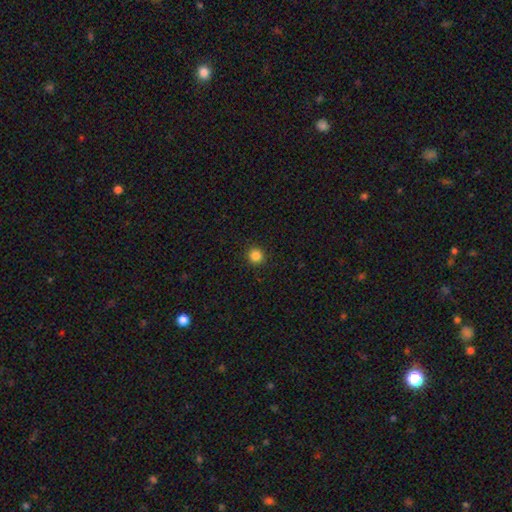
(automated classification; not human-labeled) A smooth galaxy with no disk features (85%) that is round (94%).

Vote fractions:
- Smooth or featured? smooth: 85% / star or artifact: 12% / featured or disk: 3%
- How rounded? round: 94% / in between: 5% / cigar-shaped: 1%
- Merging? none: 93% / minor disturbance: 5% / major disturbance: 2% / merger: 1%